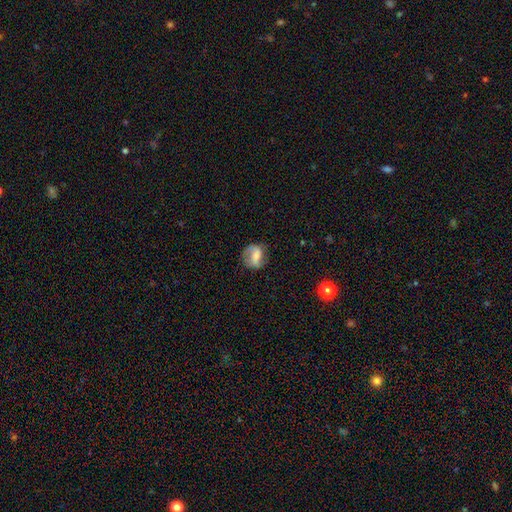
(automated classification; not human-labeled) featured or disk 46%, smooth 45%, star or artifact 8%. Down the decision tree: merging — none (67%).